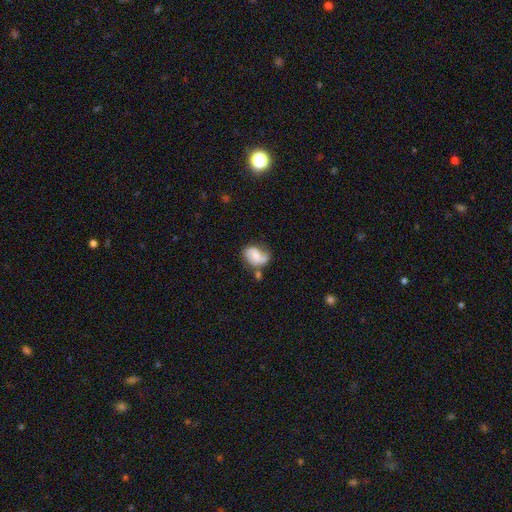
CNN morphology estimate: Smooth or featured? Predicted: featured or disk (p=0.63). Edge-on disk? Predicted: no (p=0.98). Bar? Predicted: no (p=0.53). Spiral arms? Predicted: yes (p=0.89). Spiral winding? Predicted: medium (p=0.43). Spiral arm count? Predicted: 2 (p=0.71). Bulge size? Predicted: small (p=0.43, tied with moderate). Merging? Predicted: none (p=0.49).